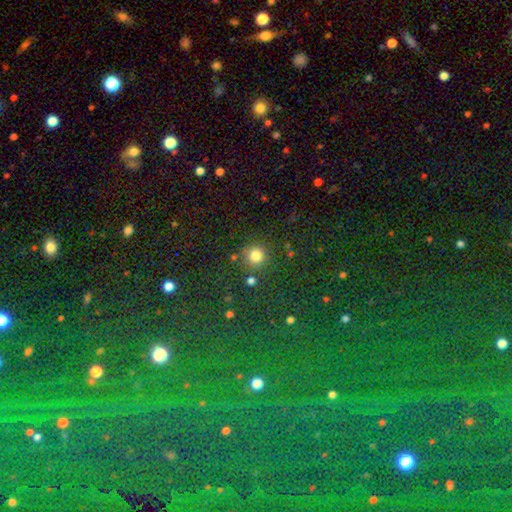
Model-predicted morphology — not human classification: Q: Smooth or featured?
A: smooth (81%); runner-up: star or artifact (14%)
Q: How rounded?
A: round (93%); runner-up: in between (6%)
Q: Merging?
A: none (82%); runner-up: minor disturbance (9%)